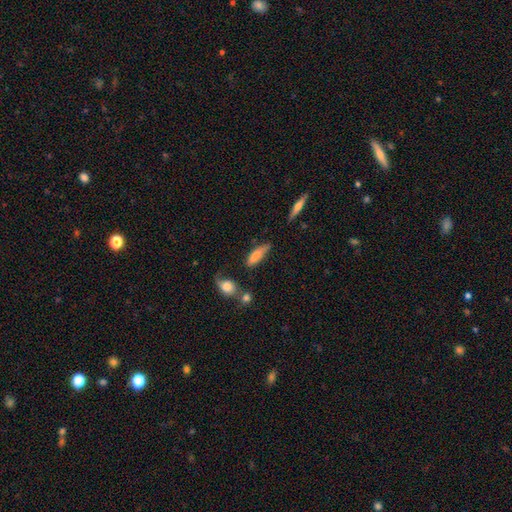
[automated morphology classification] This is likely a smooth galaxy (75%). How rounded: possibly cigar-shaped (49%). Merging: possibly none (46%).